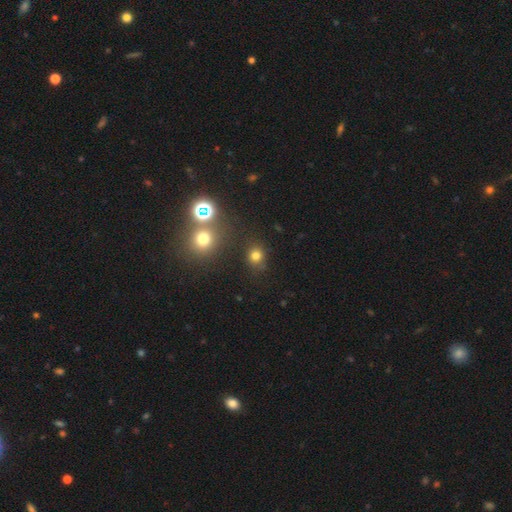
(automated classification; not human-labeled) Morphology: type=smooth (74%); roundness=round (83%); merging=none (81%).